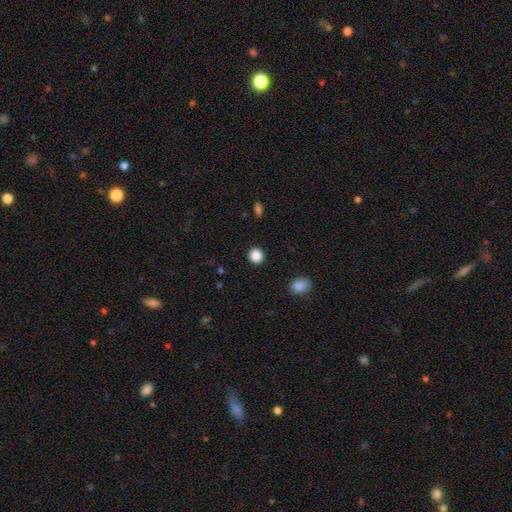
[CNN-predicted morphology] The model was most divided on "smooth or featured": smooth: 87%, star or artifact: 10%, featured or disk: 3%. More confident: merging — none (92%); how rounded — round (90%).